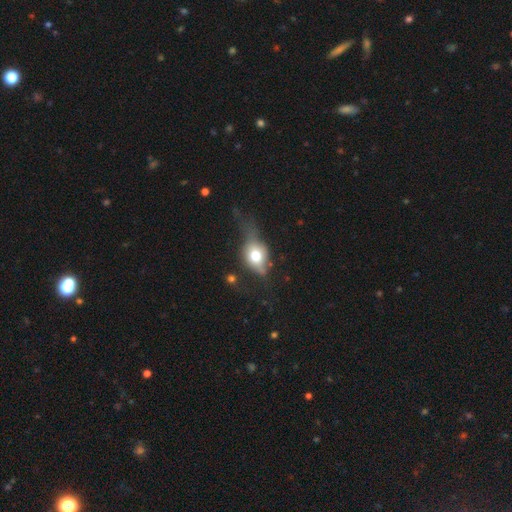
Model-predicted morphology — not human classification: Smooth or featured? Predicted: smooth (p=0.58). How rounded? Predicted: in between (p=0.60). Merging? Predicted: none (p=0.33).